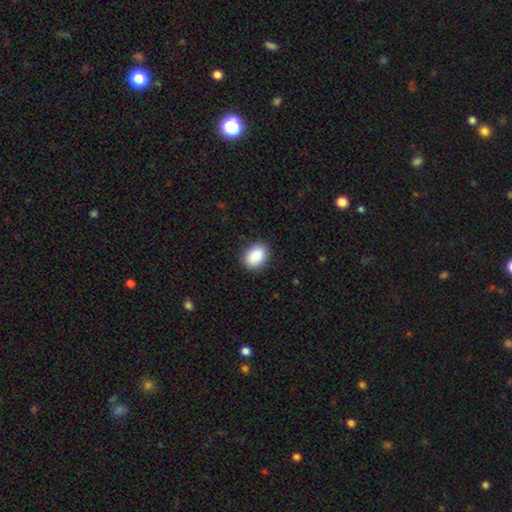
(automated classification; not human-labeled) Smooth or featured? Predicted: smooth (p=0.89). How rounded? Predicted: in between (p=0.65). Merging? Predicted: none (p=0.88).